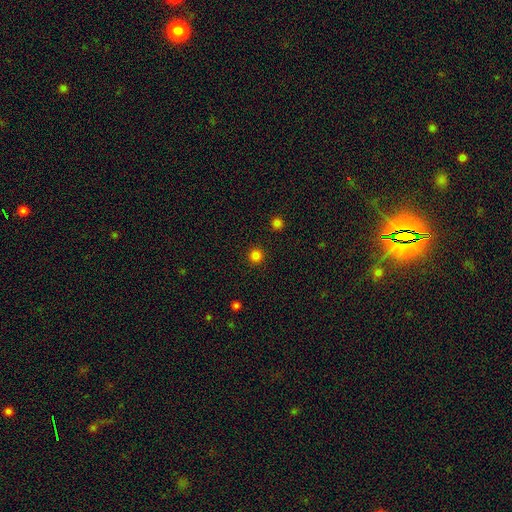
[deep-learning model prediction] A smooth galaxy with no disk features (82%) that is round (96%). Merging: none (93%).